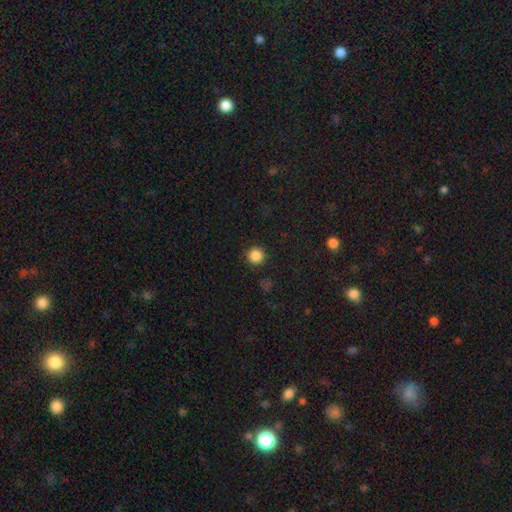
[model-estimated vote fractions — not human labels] This is clearly a smooth galaxy (86%). How rounded: clearly round (96%). Merging: clearly none (92%).